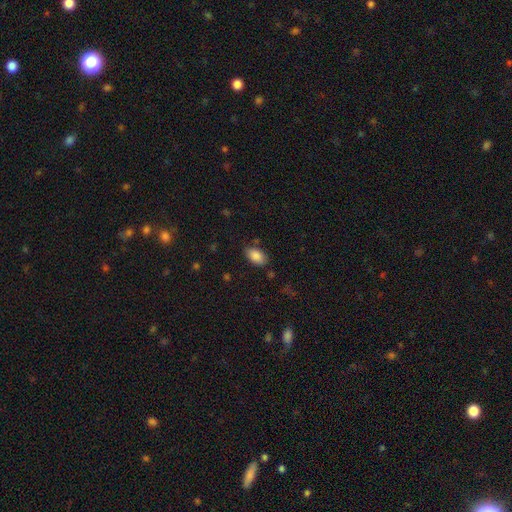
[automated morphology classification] Smooth or featured? smooth (87%)
How rounded? in between (92%)
Merging? none (79%)